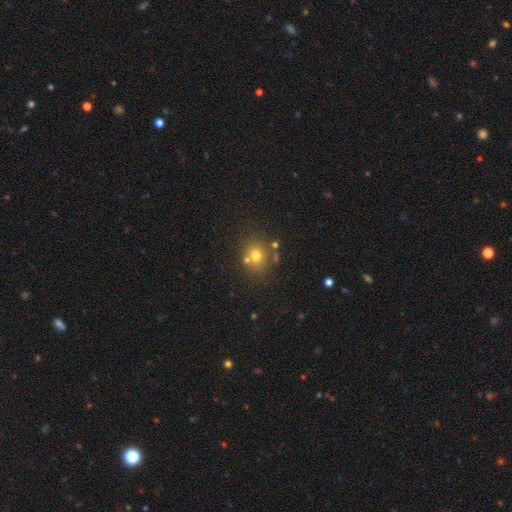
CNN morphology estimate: The model was most divided on "how rounded": round: 74%, in between: 25%, cigar-shaped: 1%. More confident: smooth or featured — smooth (69%); merging — none (67%).